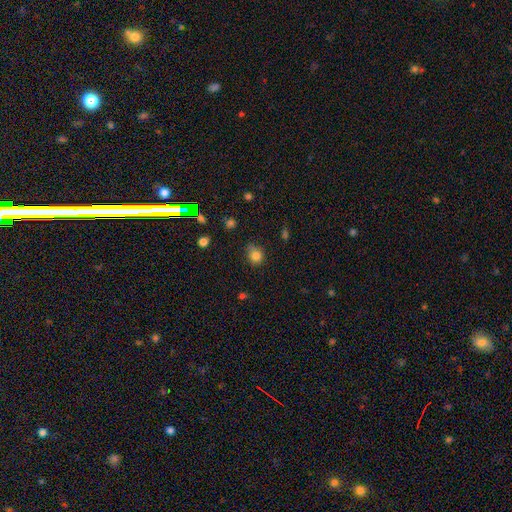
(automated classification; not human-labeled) Smooth or featured? Predicted: smooth (p=0.80). How rounded? Predicted: round (p=0.67). Merging? Predicted: none (p=0.59).